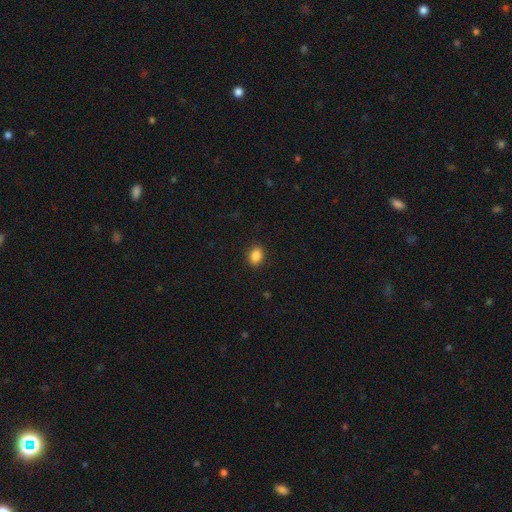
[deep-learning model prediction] Overall: smooth (87%). How rounded: in between (75%). Merging: none (89%).